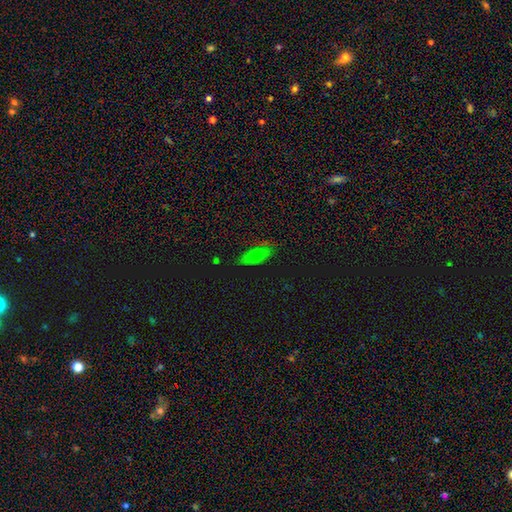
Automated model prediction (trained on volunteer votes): This is likely a smooth galaxy (66%). How rounded: likely in between (75%). Merging: likely none (71%).